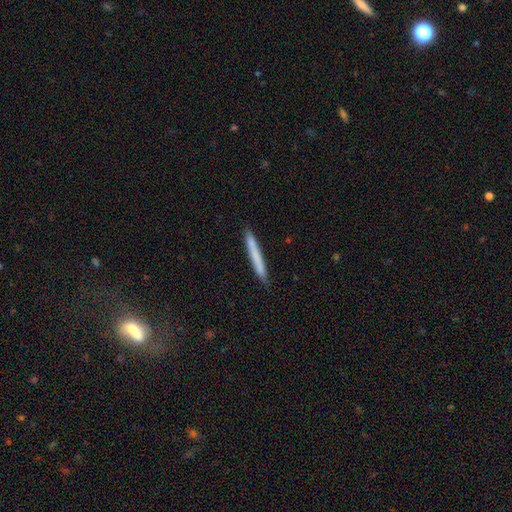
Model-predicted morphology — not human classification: This is likely a smooth galaxy (70%). How rounded: clearly cigar-shaped (97%). Merging: clearly none (90%).